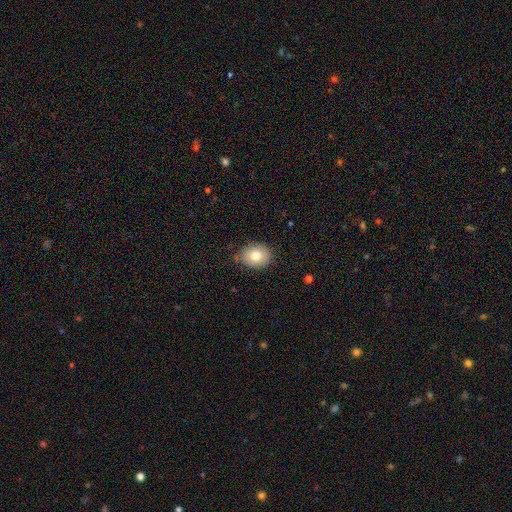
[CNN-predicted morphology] Q: Smooth or featured?
A: smooth (80%); runner-up: featured or disk (12%)
Q: How rounded?
A: in between (53%); runner-up: round (46%)
Q: Merging?
A: none (79%); runner-up: minor disturbance (17%)